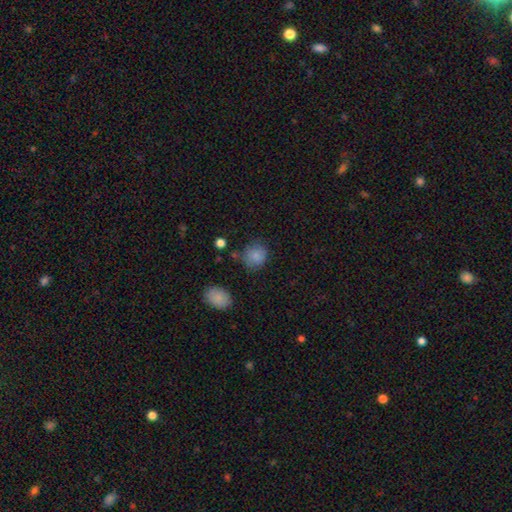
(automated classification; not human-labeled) smooth 85%, star or artifact 9%, featured or disk 6%. Down the decision tree: how rounded — round (76%); merging — none (71%).